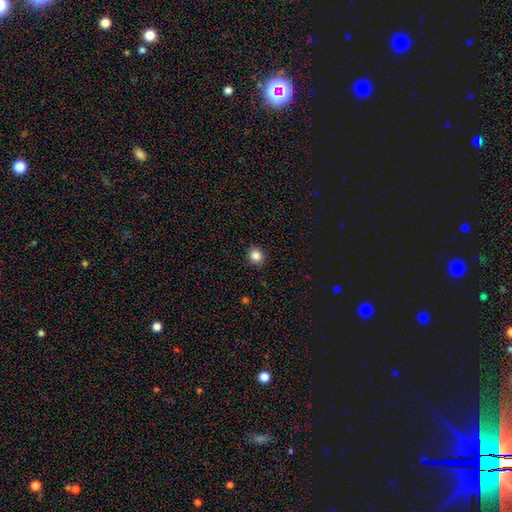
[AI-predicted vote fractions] Q: Smooth or featured?
A: smooth (85%); runner-up: star or artifact (11%)
Q: How rounded?
A: round (78%); runner-up: in between (21%)
Q: Merging?
A: none (91%); runner-up: minor disturbance (6%)